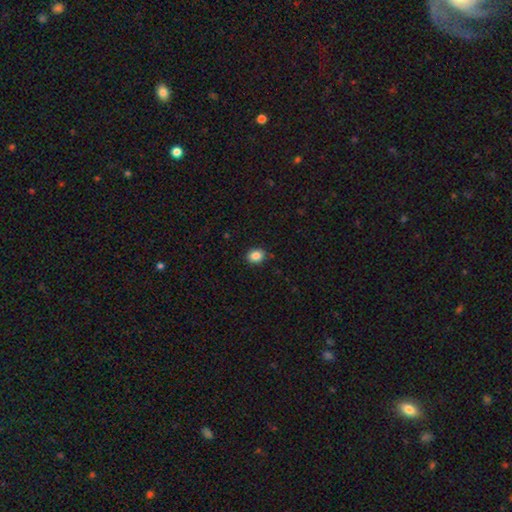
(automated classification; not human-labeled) This appears to be a smooth galaxy with no disk features (86%) that is in between round and cigar-shaped (51%). Merging: none (88%).